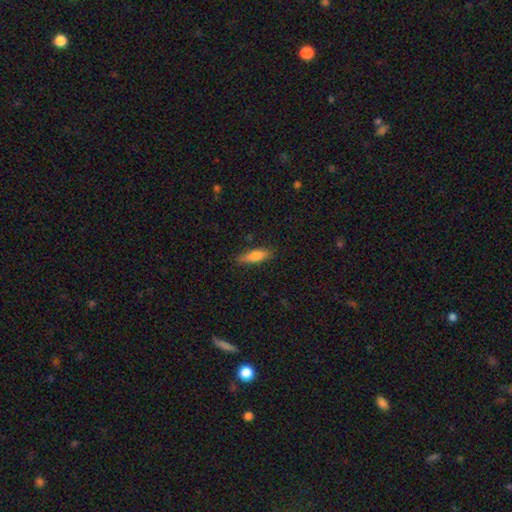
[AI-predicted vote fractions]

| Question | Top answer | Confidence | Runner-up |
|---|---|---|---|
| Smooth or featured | smooth | 73% | featured or disk (20%) |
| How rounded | cigar-shaped | 51% | in between (47%) |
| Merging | none | 84% | minor disturbance (12%) |